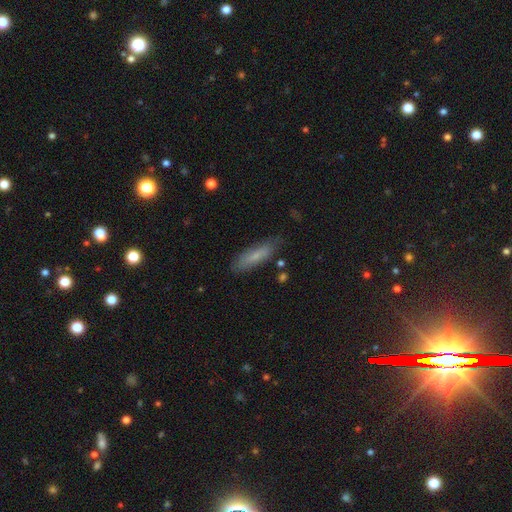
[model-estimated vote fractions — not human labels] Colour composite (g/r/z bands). It shows a smooth galaxy with no disk features (71%) that is cigar-shaped (67%). Merging: none (77%).